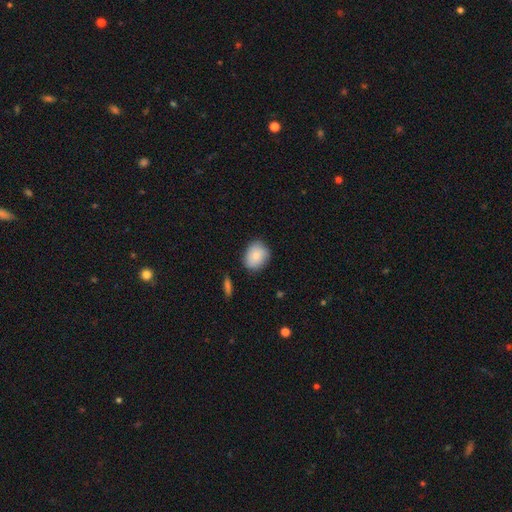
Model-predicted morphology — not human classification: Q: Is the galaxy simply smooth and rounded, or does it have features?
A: smooth — 83%.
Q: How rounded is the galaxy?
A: round — 51%.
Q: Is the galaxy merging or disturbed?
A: none — 78%.